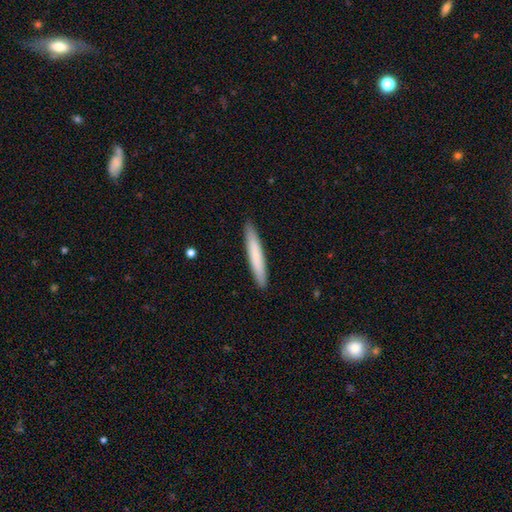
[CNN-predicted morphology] Q: Smooth or featured?
A: smooth (75%); runner-up: featured or disk (19%)
Q: How rounded?
A: cigar-shaped (95%); runner-up: in between (4%)
Q: Merging?
A: none (91%); runner-up: minor disturbance (7%)